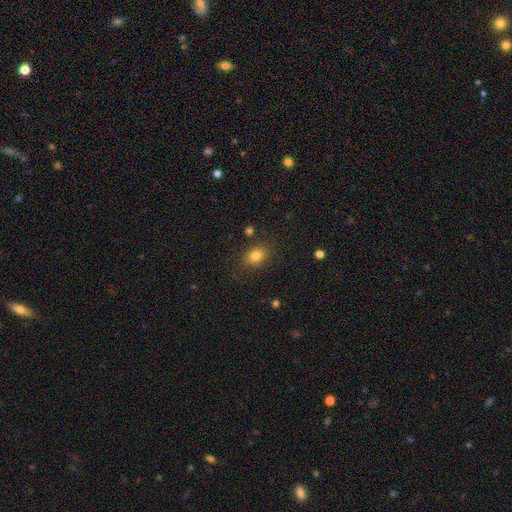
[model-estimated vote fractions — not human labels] smooth 82%, star or artifact 11%, featured or disk 7%. Down the decision tree: how rounded — in between (65%); merging — none (82%).